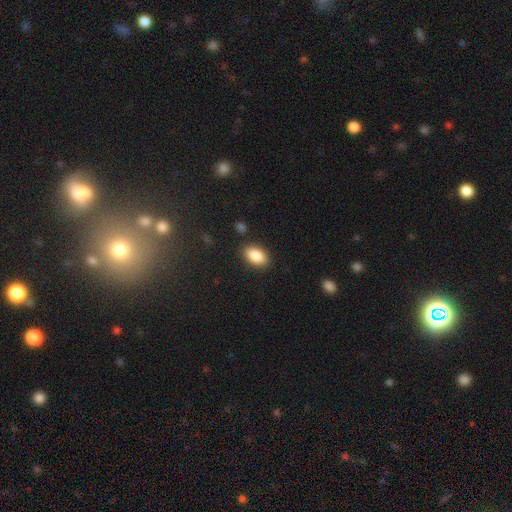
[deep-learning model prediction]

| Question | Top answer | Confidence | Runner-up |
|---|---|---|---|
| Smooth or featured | smooth | 88% | star or artifact (7%) |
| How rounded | in between | 92% | round (6%) |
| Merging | none | 86% | minor disturbance (9%) |